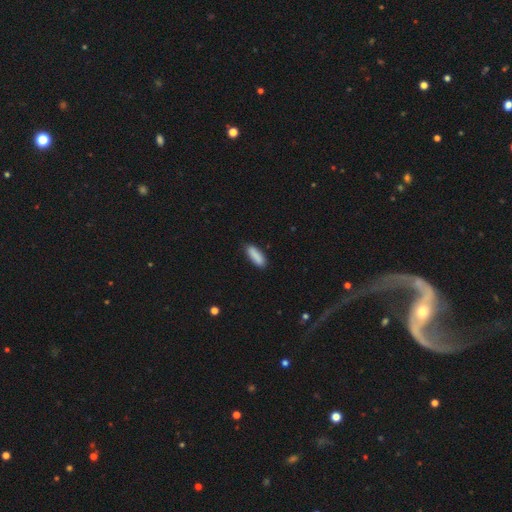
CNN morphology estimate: This appears to be a smooth galaxy with no disk features (89%) that is in between round and cigar-shaped (53%). Merging: none (85%).